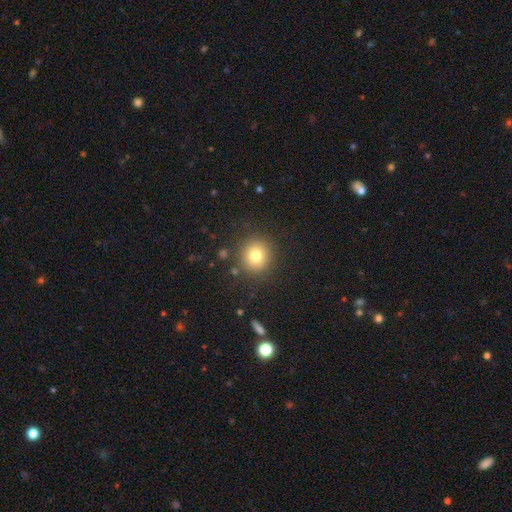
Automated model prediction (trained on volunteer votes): smooth-or-featured: smooth: 77% | star or artifact: 13% | featured or disk: 10%
  how-rounded: round: 91% | in between: 8% | cigar-shaped: 1%
  merging: none: 87% | minor disturbance: 7% | major disturbance: 3% | merger: 2%